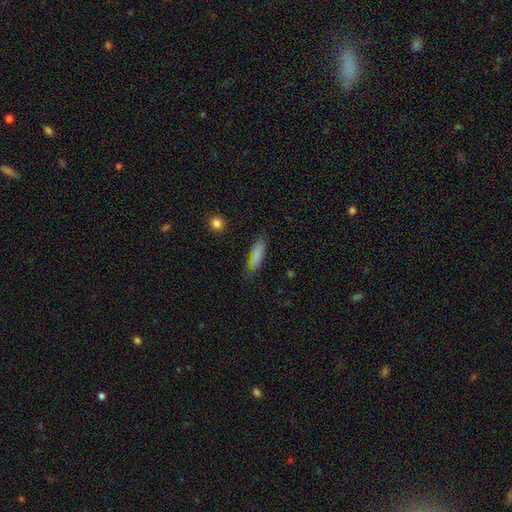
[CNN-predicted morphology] Smooth or featured? Predicted: smooth (p=0.82). How rounded? Predicted: cigar-shaped (p=0.59). Merging? Predicted: none (p=0.72).